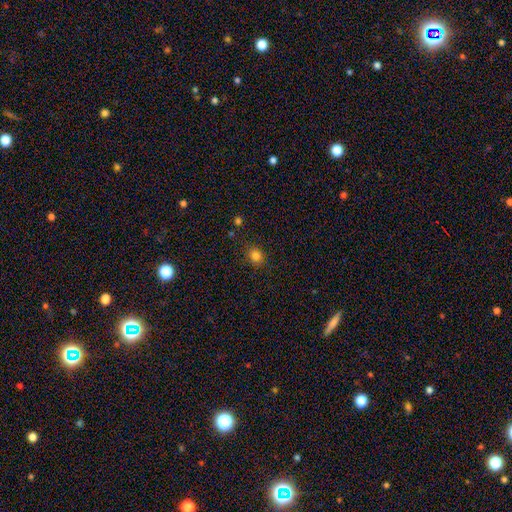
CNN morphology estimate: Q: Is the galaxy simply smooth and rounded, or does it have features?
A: smooth — 82%.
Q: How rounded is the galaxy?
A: round — 75%.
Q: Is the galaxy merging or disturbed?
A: none — 88%.